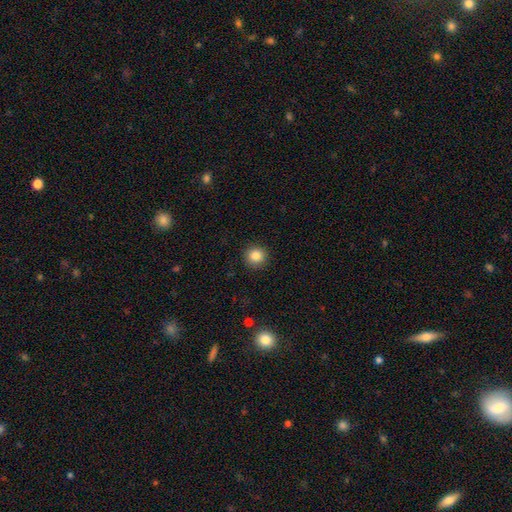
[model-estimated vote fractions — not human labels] Smooth or featured?
  - smooth: 84% *
  - star or artifact: 10%
  - featured or disk: 5%
How rounded?
  - round: 94% *
  - in between: 5%
  - cigar-shaped: 1%
Merging?
  - none: 92% *
  - minor disturbance: 6%
  - major disturbance: 2%
  - merger: 1%